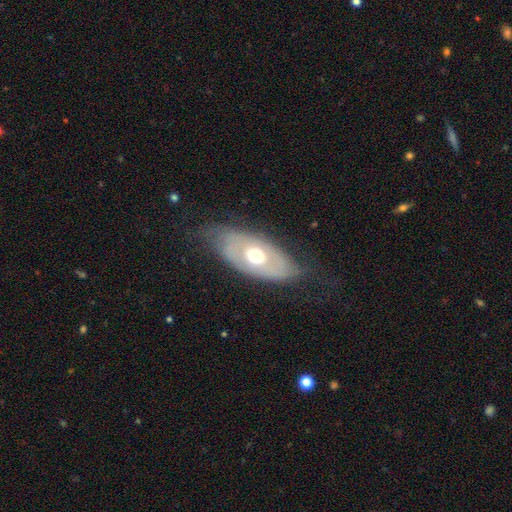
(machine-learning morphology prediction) featured or disk 55%, smooth 38%, star or artifact 7%. Down the decision tree: edge-on disk — no (82%); merging — none (64%).